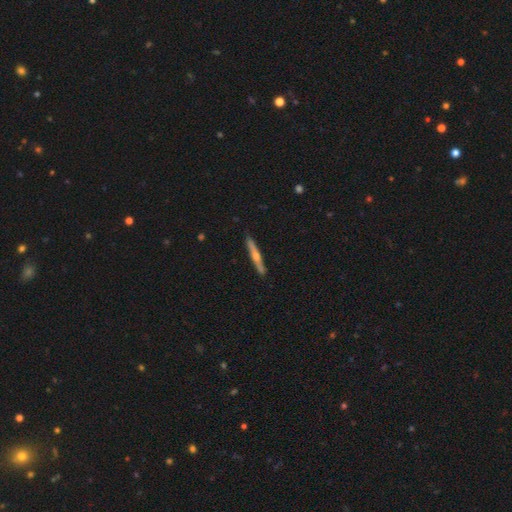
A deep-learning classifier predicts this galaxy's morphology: This is likely a featured or disk galaxy (62%). It is clearly viewed edge-on (97%). Edge-on bulge: clearly rounded (80%). Merging: clearly none (90%).